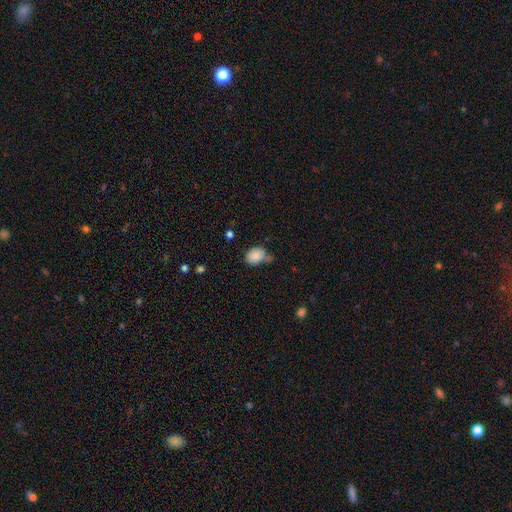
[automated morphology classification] This is clearly a smooth galaxy (84%). How rounded: possibly in between (53%). Merging: possibly none (56%).